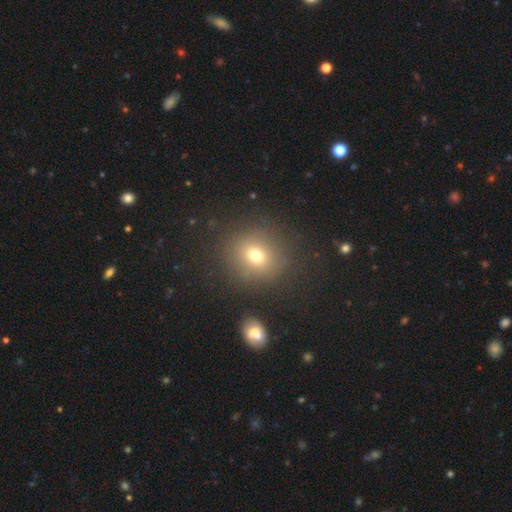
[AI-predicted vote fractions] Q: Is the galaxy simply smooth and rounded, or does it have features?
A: smooth — 71%.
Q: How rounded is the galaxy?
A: round — 77%.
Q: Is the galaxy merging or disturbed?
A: none — 84%.